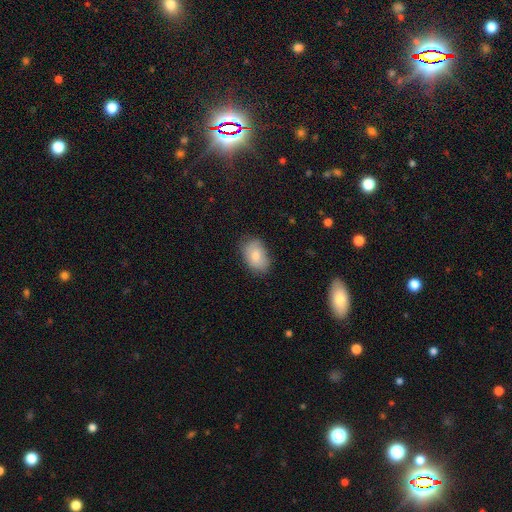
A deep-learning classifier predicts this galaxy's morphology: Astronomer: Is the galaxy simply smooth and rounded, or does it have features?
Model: smooth — 79%.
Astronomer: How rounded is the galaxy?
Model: in between — 86%.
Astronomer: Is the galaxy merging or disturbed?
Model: none — 74%.